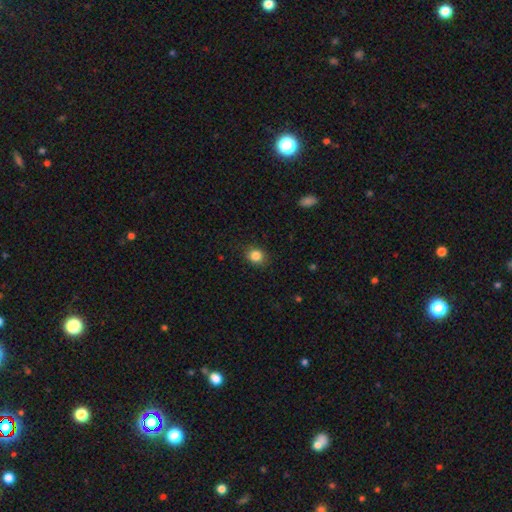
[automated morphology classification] smooth-or-featured: smooth: 85% | star or artifact: 10% | featured or disk: 5%
  how-rounded: round: 67% | in between: 32% | cigar-shaped: 1%
  merging: none: 84% | minor disturbance: 12% | major disturbance: 3% | merger: 1%